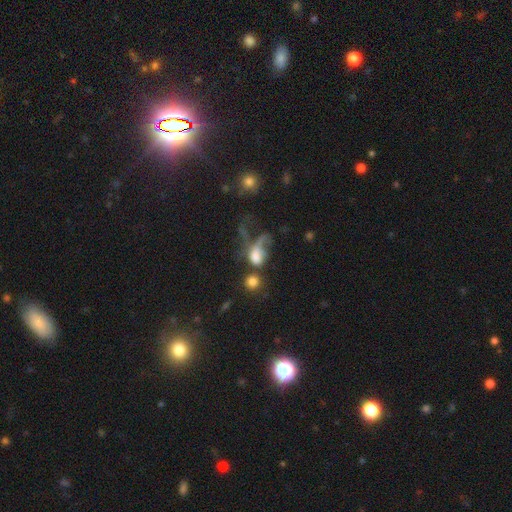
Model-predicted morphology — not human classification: Smooth or featured?
  - smooth: 54% *
  - featured or disk: 31%
  - star or artifact: 15%
How rounded?
  - in between: 63% *
  - round: 32%
  - cigar-shaped: 5%
Merging?
  - major disturbance: 45% *
  - merger: 29%
  - none: 15%
  - minor disturbance: 11%